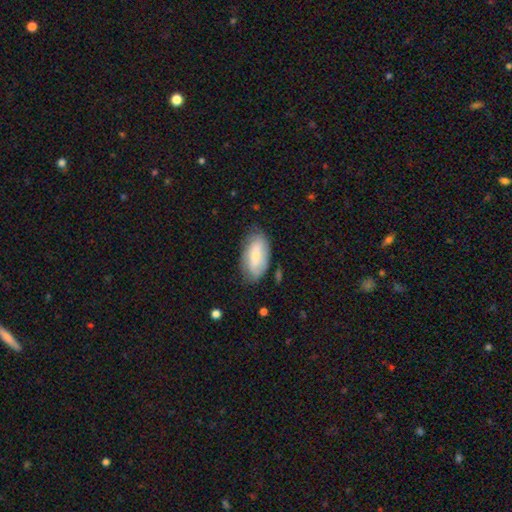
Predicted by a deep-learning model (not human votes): Q: Smooth or featured?
A: smooth (59%); runner-up: featured or disk (35%)
Q: How rounded?
A: in between (92%); runner-up: cigar-shaped (5%)
Q: Merging?
A: none (71%); runner-up: minor disturbance (22%)